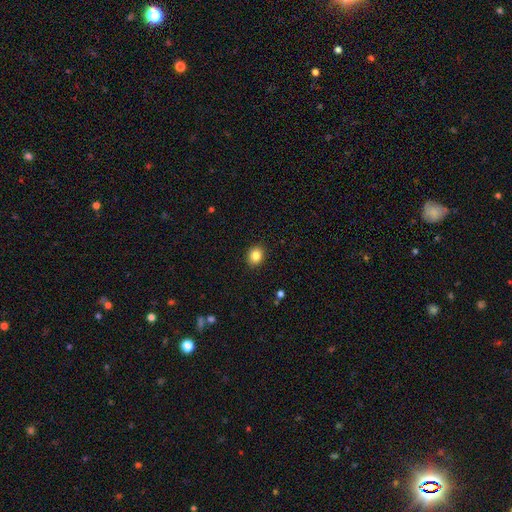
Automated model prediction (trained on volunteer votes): Smooth or featured?
  - smooth: 84% *
  - star or artifact: 10%
  - featured or disk: 6%
How rounded?
  - round: 62% *
  - in between: 37%
  - cigar-shaped: 1%
Merging?
  - none: 91% *
  - minor disturbance: 6%
  - major disturbance: 2%
  - merger: 1%